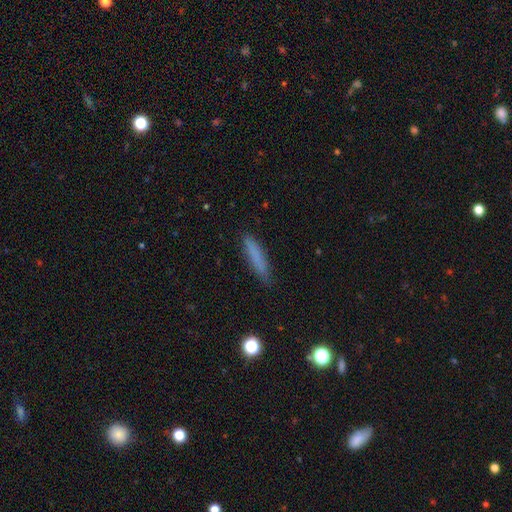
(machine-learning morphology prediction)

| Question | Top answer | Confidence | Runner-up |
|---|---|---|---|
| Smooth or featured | smooth | 76% | featured or disk (15%) |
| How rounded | cigar-shaped | 88% | in between (11%) |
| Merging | none | 83% | minor disturbance (12%) |